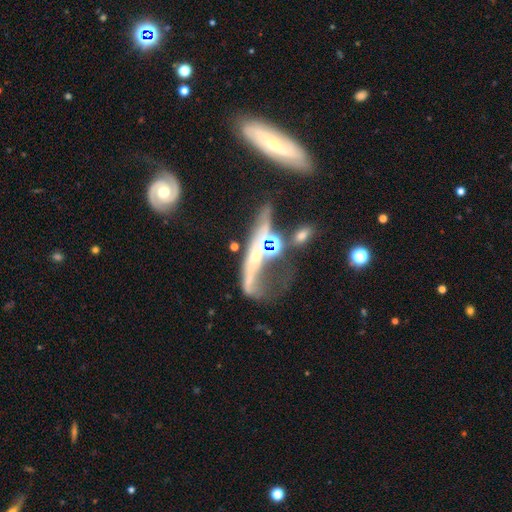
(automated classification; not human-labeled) The model was most divided on "edge-on disk" (2-way tie): no: 50%, yes: 50%. Remaining: smooth or featured — featured or disk (65%); merging — major disturbance (38%).